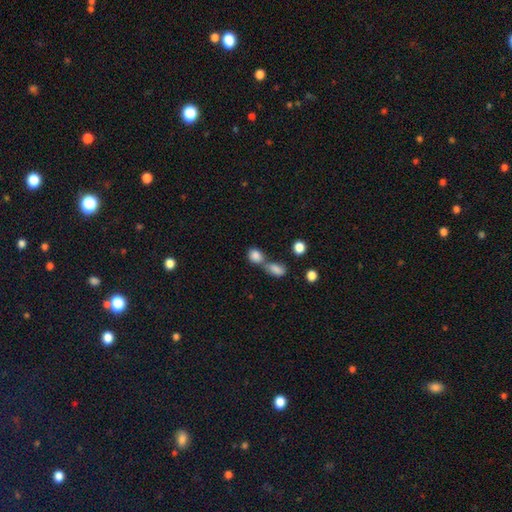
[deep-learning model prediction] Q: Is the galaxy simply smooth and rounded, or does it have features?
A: smooth — 84%.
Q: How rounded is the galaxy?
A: in between — 54%.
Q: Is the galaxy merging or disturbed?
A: merger — 54%.